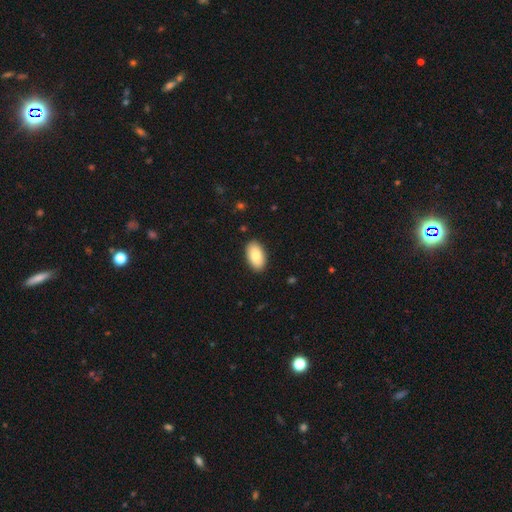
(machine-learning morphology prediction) Q: Smooth or featured?
A: smooth (82%); runner-up: featured or disk (12%)
Q: How rounded?
A: in between (95%); runner-up: round (4%)
Q: Merging?
A: none (89%); runner-up: minor disturbance (8%)